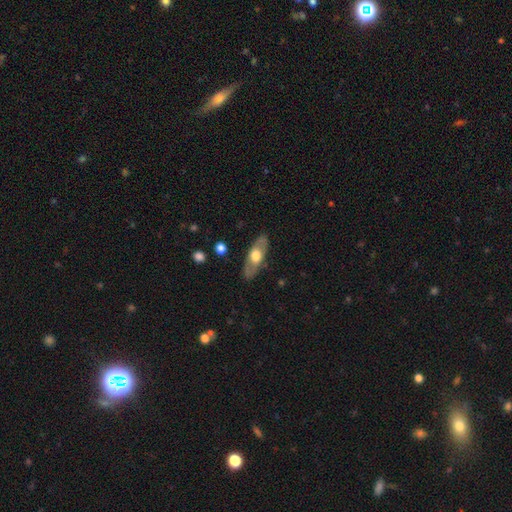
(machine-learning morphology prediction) smooth-or-featured: featured or disk: 49% | smooth: 46% | star or artifact: 5%
  merging: none: 84% | minor disturbance: 12% | major disturbance: 3% | merger: 1%